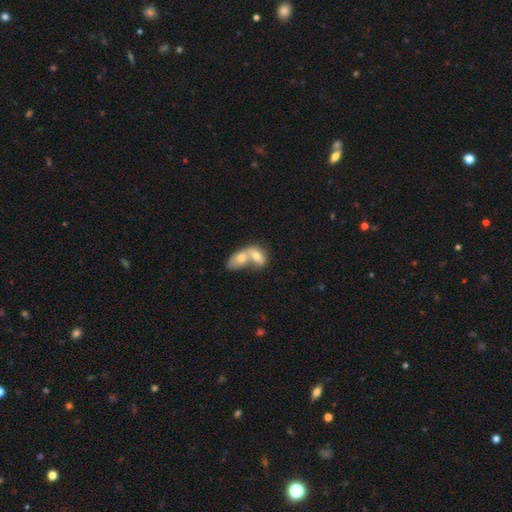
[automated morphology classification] Smooth or featured?
  - smooth: 60% *
  - featured or disk: 31%
  - star or artifact: 9%
How rounded?
  - in between: 76% *
  - round: 19%
  - cigar-shaped: 5%
Merging?
  - merger: 81% *
  - none: 12%
  - minor disturbance: 4%
  - major disturbance: 3%